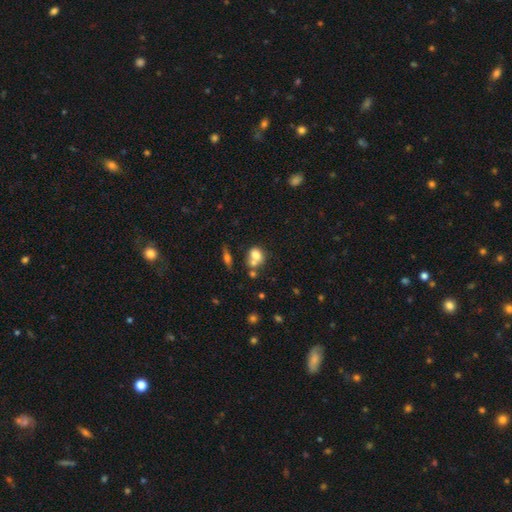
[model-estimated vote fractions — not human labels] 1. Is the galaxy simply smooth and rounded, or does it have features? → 71% smooth, 18% featured or disk, 11% star or artifact.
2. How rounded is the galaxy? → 49% in between (tied), 49% round (tied), 2% cigar-shaped.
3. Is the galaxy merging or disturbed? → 47% merger, 34% none, 12% minor disturbance, 6% major disturbance.